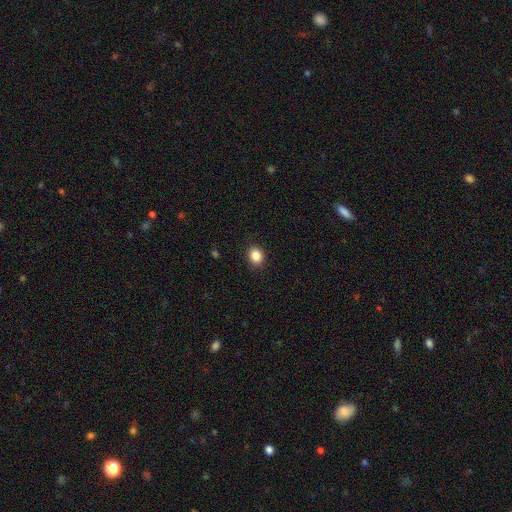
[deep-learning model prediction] Smooth or featured: smooth — 86% (star or artifact — 10%)
How rounded: round — 60% (in between — 39%)
Merging: none — 89% (minor disturbance — 7%)